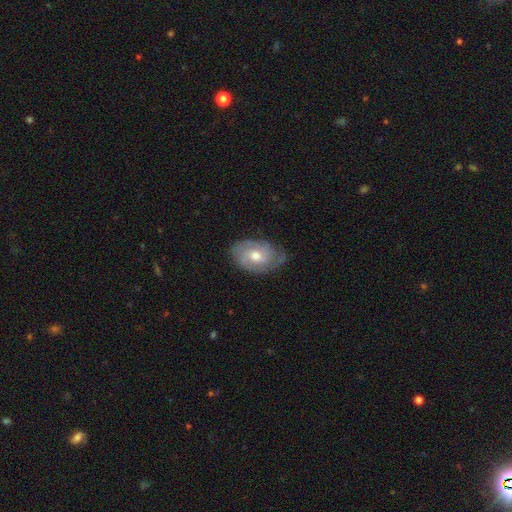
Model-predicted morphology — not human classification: This is likely a featured or disk galaxy (68%). It is clearly not viewed edge-on (95%). Bar: likely no (69%). Spiral arm pattern: clearly yes (85%). Spiral arm count: marginally 2 (42%). Spiral winding: possibly tight (57%). Central bulge: likely moderate (75%). Merging: likely none (68%).